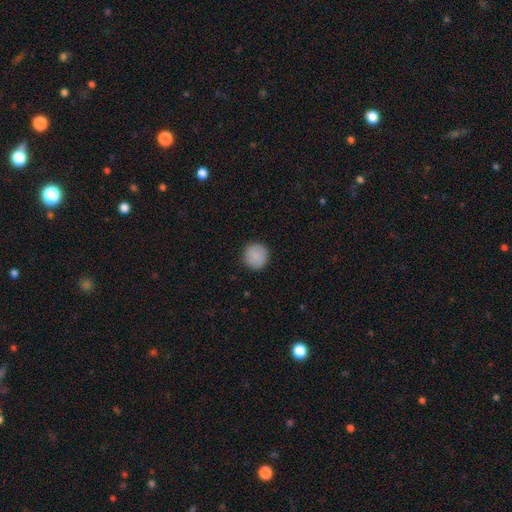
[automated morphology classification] Smooth or featured: smooth — 89% (star or artifact — 7%)
How rounded: round — 95% (in between — 4%)
Merging: none — 91% (minor disturbance — 6%)